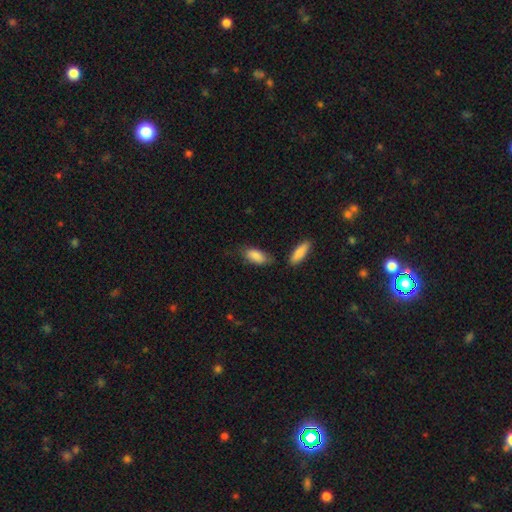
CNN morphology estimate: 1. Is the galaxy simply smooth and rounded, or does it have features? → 87% smooth, 7% featured or disk, 6% star or artifact.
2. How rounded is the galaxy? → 85% in between, 13% cigar-shaped, 3% round.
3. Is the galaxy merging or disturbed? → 64% none, 22% minor disturbance, 9% merger, 5% major disturbance.